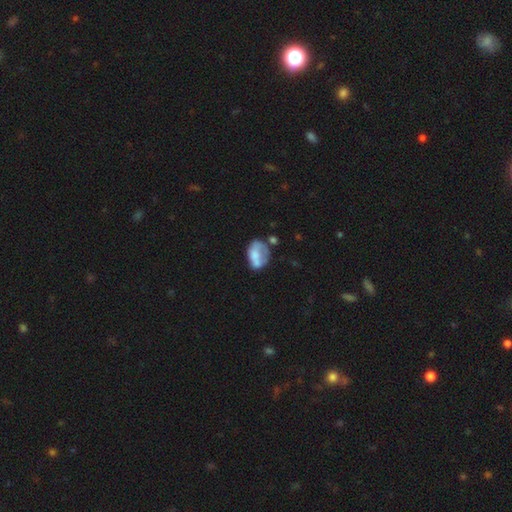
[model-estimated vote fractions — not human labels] Overall: smooth (56%; featured or disk 36%). How rounded: in between (78%). Merging: none (31%; minor disturbance 27%).